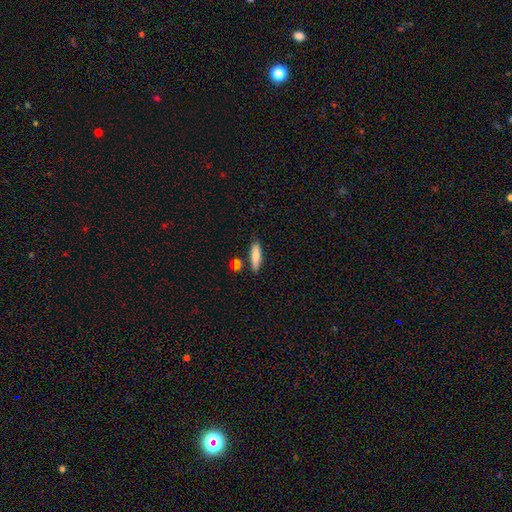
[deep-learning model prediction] The model was most divided on "how rounded": cigar-shaped: 71%, in between: 27%, round: 2%. More confident: merging — none (81%); smooth or featured — smooth (76%).